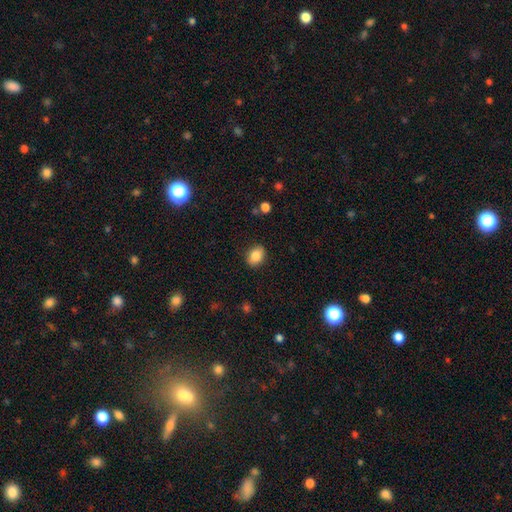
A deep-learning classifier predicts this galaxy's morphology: type=smooth (85%); roundness=in between (68%); merging=none (87%).